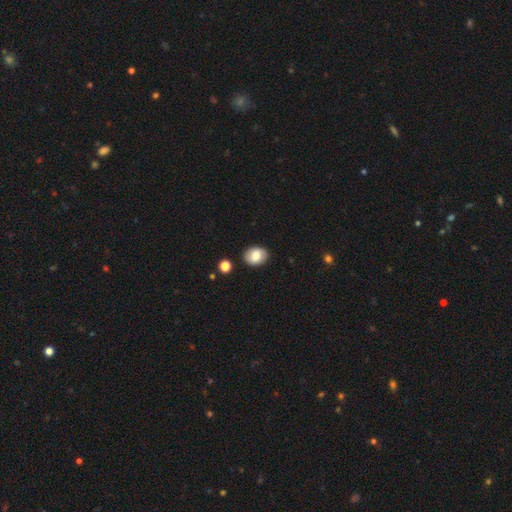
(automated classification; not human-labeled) Smooth or featured?
  - smooth: 78% *
  - featured or disk: 14%
  - star or artifact: 8%
How rounded?
  - in between: 68% *
  - round: 31%
  - cigar-shaped: 1%
Merging?
  - none: 85% *
  - minor disturbance: 10%
  - major disturbance: 2%
  - merger: 2%